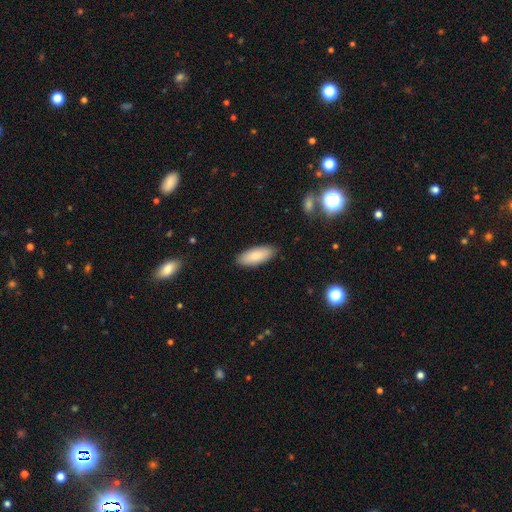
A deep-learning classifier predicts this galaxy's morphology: Q: Smooth or featured?
A: smooth (85%); runner-up: featured or disk (9%)
Q: How rounded?
A: in between (80%); runner-up: cigar-shaped (19%)
Q: Merging?
A: none (87%); runner-up: minor disturbance (9%)